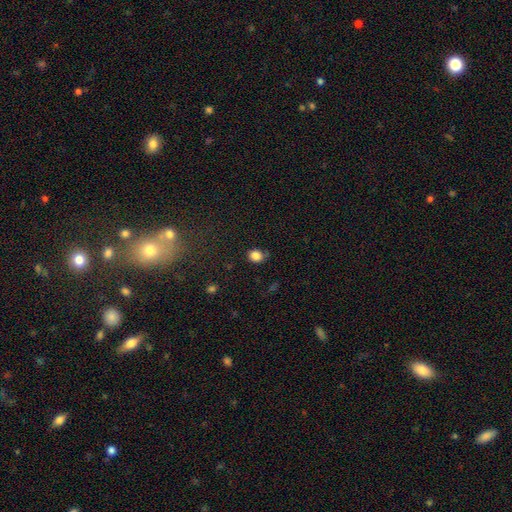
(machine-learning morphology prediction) smooth 84%, star or artifact 11%, featured or disk 5%. Down the decision tree: how rounded — round (67%); merging — none (74%).